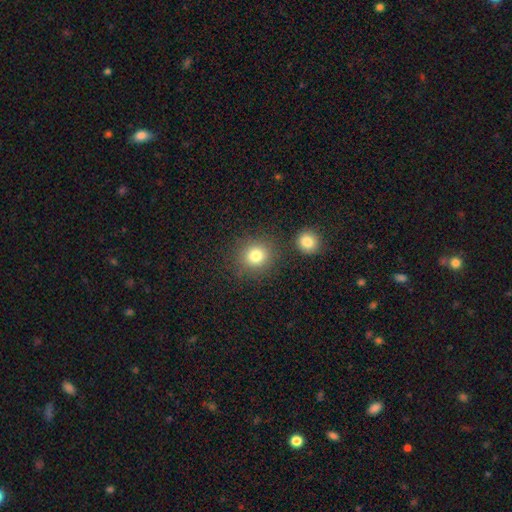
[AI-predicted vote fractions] The model was most divided on "smooth or featured": smooth: 81%, star or artifact: 12%, featured or disk: 7%. More confident: how rounded — round (88%); merging — none (81%).